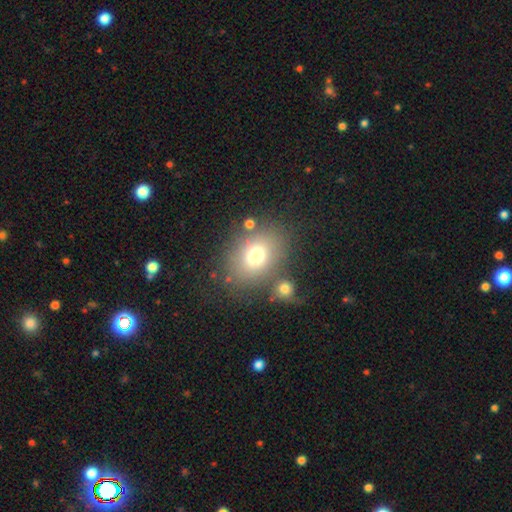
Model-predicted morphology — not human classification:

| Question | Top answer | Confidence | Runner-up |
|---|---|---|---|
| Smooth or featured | smooth | 71% | featured or disk (15%) |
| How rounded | in between | 52% | round (46%) |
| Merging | none | 65% | merger (15%) |